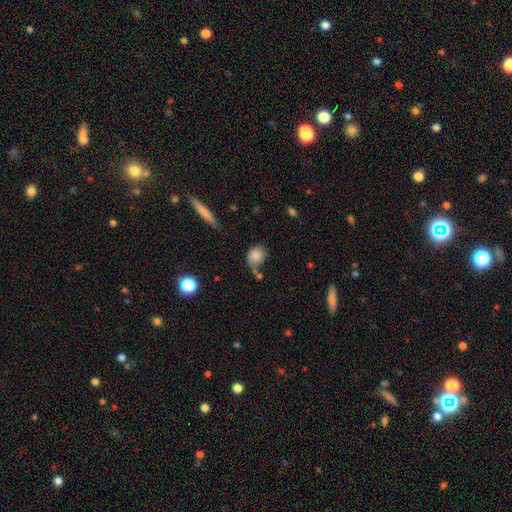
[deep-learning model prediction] The model was most divided on "how rounded": round: 54%, in between: 44%, cigar-shaped: 2%. Remaining: smooth or featured — smooth (80%); merging — none (50%).